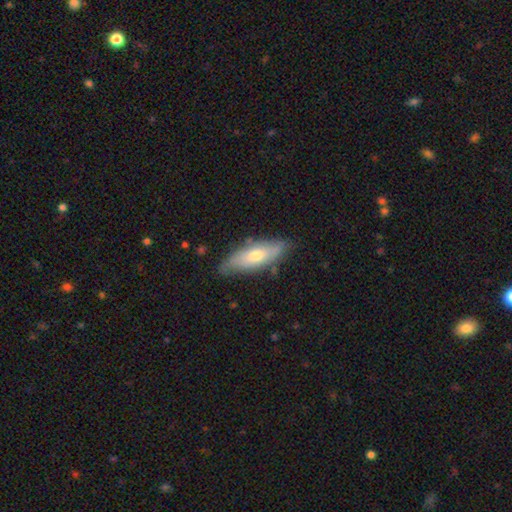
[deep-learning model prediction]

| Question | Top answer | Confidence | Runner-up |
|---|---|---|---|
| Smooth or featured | smooth | 56% | featured or disk (38%) |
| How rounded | in between | 58% | cigar-shaped (39%) |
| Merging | none | 76% | minor disturbance (19%) |